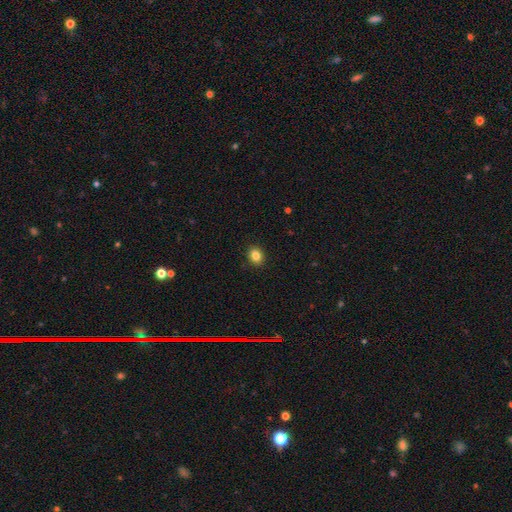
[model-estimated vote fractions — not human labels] smooth 84%, star or artifact 10%, featured or disk 5%. Down the decision tree: how rounded — round (53%); merging — none (91%).